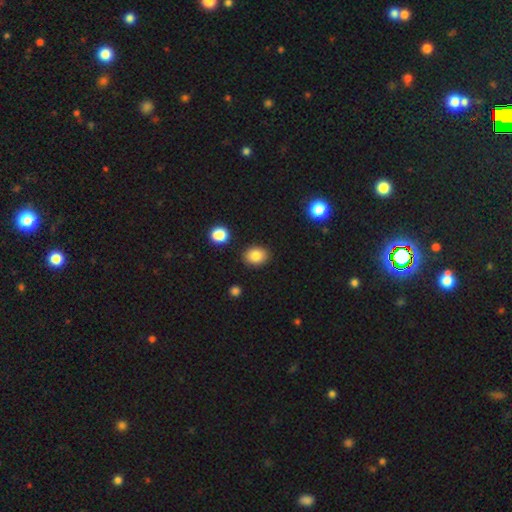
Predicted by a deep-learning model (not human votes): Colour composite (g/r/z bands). It shows a smooth galaxy with no disk features (84%) that is in between round and cigar-shaped (54%). Merging: none (88%).